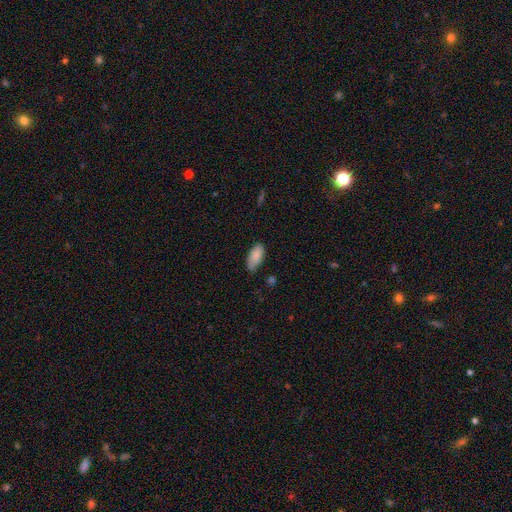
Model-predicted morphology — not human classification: A smooth galaxy with no disk features (87%) that is in between round and cigar-shaped (91%).

Vote fractions:
- Smooth or featured? smooth: 87% / featured or disk: 7% / star or artifact: 7%
- How rounded? in between: 91% / cigar-shaped: 7% / round: 2%
- Merging? none: 67% / minor disturbance: 26% / major disturbance: 4% / merger: 2%